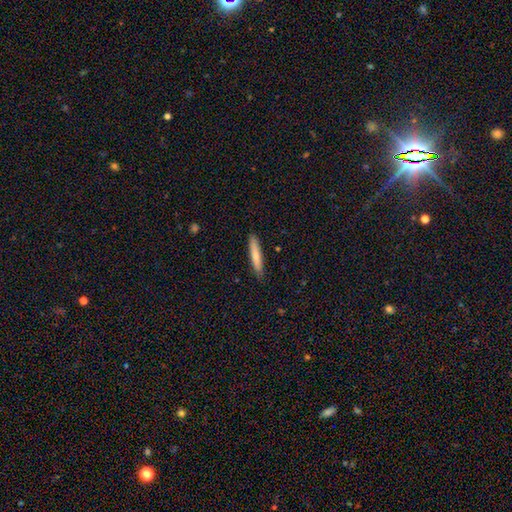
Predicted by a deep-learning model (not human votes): This is likely a smooth galaxy (73%). How rounded: clearly cigar-shaped (90%). Merging: clearly none (88%).